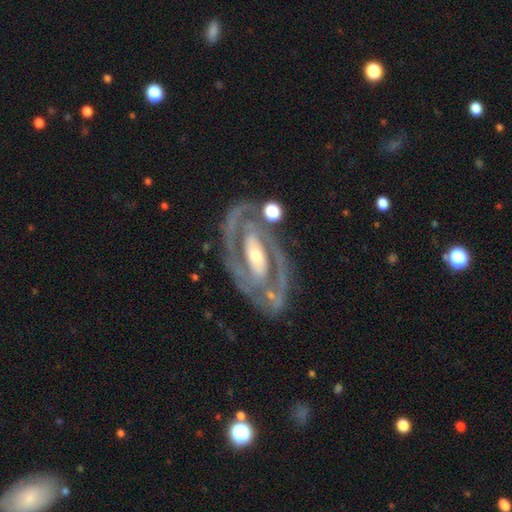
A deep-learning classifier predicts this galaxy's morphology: A featured or disk galaxy (89%) with a strong bar (40%), 2 (84%) tight (56%) spiral arms (91%) and a moderate central bulge (48%). Merging: none (74%).